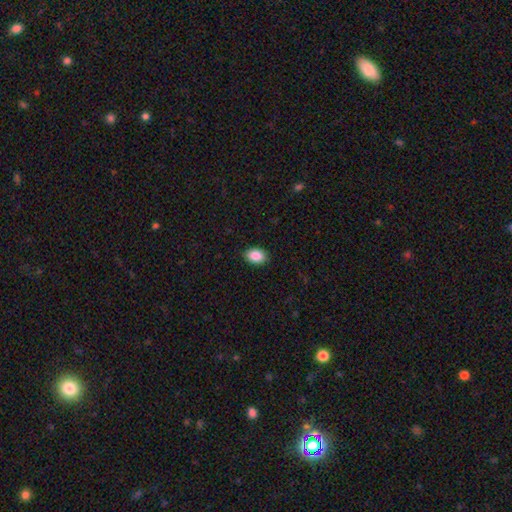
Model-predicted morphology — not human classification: Q: Smooth or featured?
A: smooth (88%); runner-up: star or artifact (8%)
Q: How rounded?
A: in between (81%); runner-up: round (18%)
Q: Merging?
A: none (88%); runner-up: minor disturbance (9%)